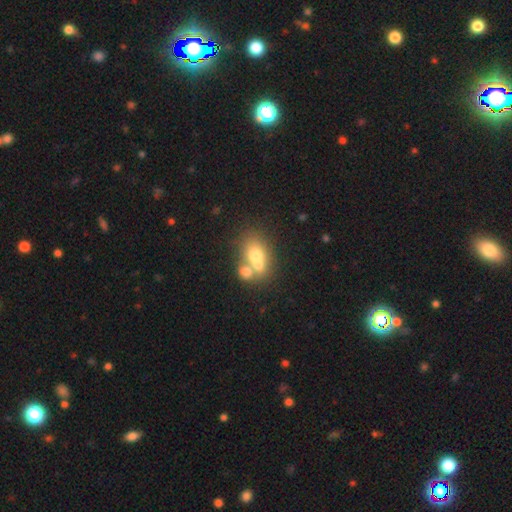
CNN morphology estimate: A smooth galaxy with no disk features (63%) that is in between round and cigar-shaped (64%).

Vote fractions:
- Smooth or featured? smooth: 63% / featured or disk: 25% / star or artifact: 11%
- How rounded? in between: 64% / round: 34% / cigar-shaped: 2%
- Merging? merger: 61% / none: 26% / minor disturbance: 8% / major disturbance: 5%